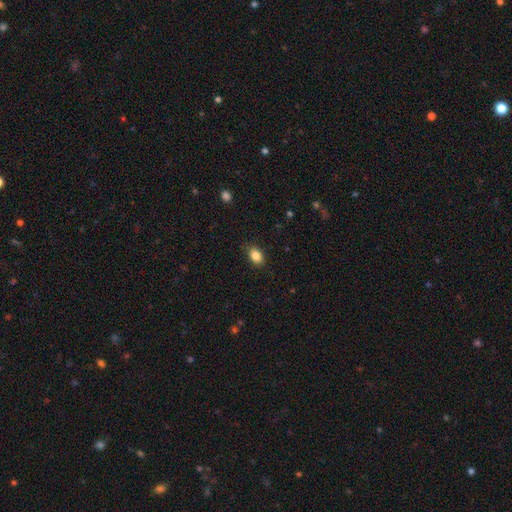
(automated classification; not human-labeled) Smooth or featured: smooth — 86% (star or artifact — 9%)
How rounded: in between — 85% (round — 14%)
Merging: none — 86% (minor disturbance — 10%)